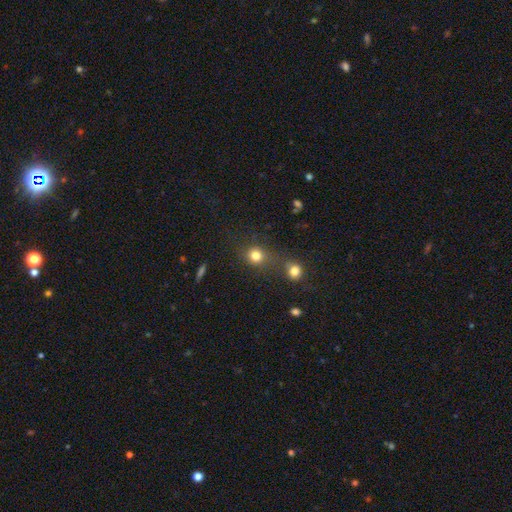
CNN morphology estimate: The model was most divided on "merging": none: 57%, merger: 27%, minor disturbance: 10%, major disturbance: 6%. More confident: how rounded — round (84%); smooth or featured — smooth (80%).